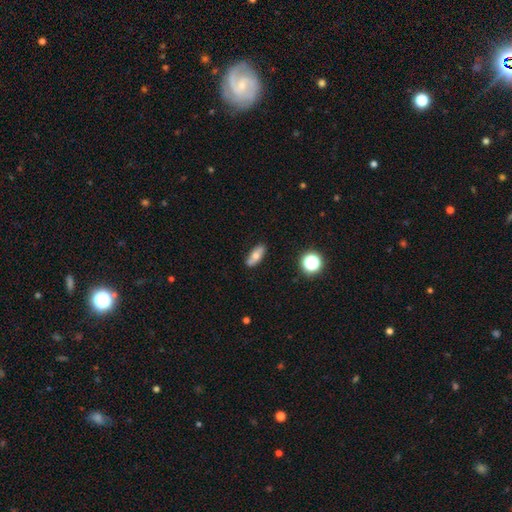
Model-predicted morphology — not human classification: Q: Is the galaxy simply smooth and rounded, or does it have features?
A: smooth — 60%.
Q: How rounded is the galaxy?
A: in between — 68%.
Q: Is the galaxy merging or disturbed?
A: none — 84%.